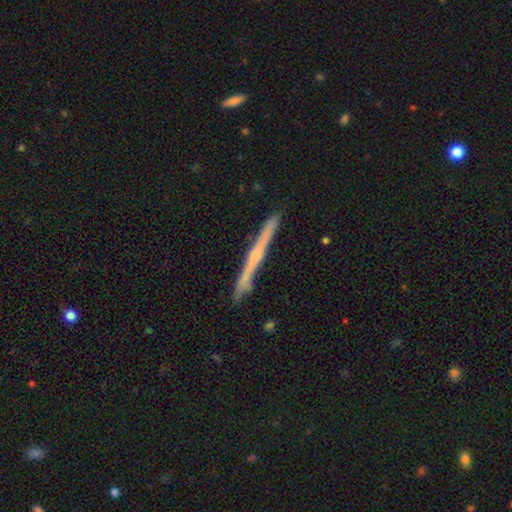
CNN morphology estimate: Smooth or featured? featured or disk (72%)
Edge-on disk? yes (98%)
Edge-on bulge? rounded (54%)
Merging? none (89%)